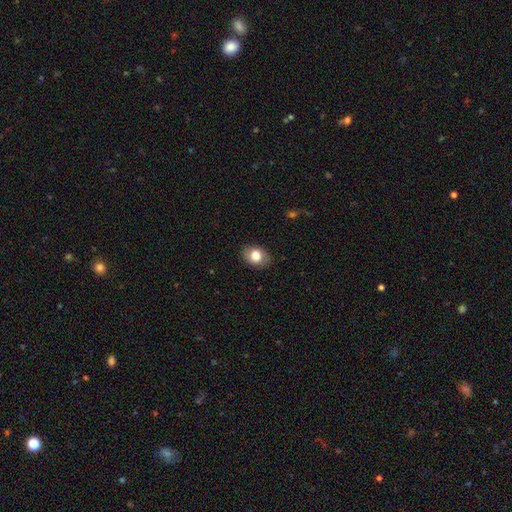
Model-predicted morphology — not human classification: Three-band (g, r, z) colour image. It shows a smooth galaxy with no disk features (80%) that is in between round and cigar-shaped (67%). Merging: none (87%).